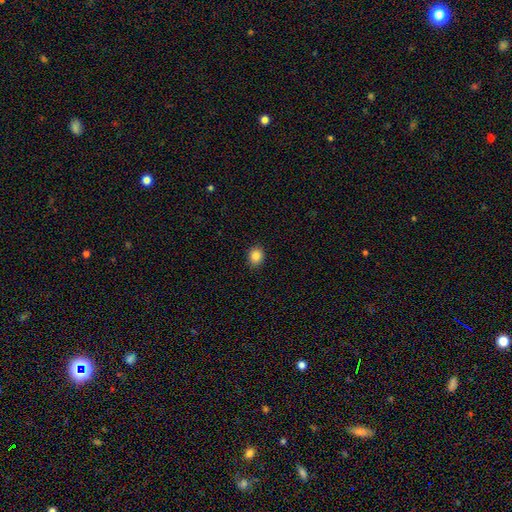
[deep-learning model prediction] This is clearly a smooth galaxy (85%). How rounded: likely round (69%). Merging: clearly none (90%).